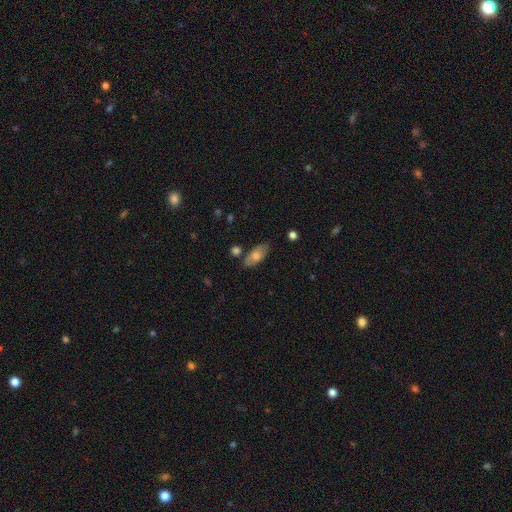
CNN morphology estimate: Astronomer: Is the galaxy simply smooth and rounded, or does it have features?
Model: smooth — 69%.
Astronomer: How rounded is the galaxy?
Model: in between — 88%.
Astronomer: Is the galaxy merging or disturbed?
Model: none — 78%.